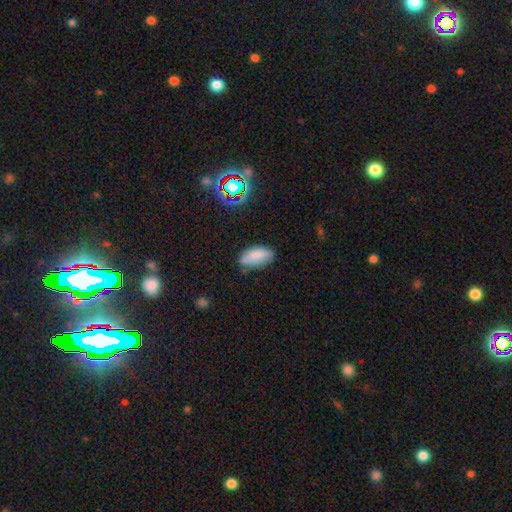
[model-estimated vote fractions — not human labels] smooth 78%, featured or disk 12%, star or artifact 10%. Down the decision tree: how rounded — in between (89%); merging — none (66%).